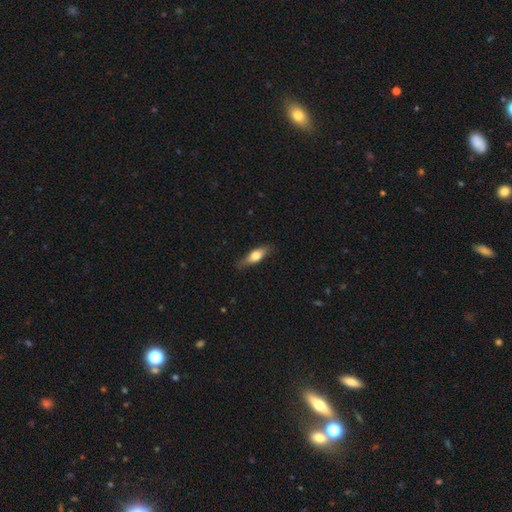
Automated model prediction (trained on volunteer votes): Smooth or featured: smooth — 63% (featured or disk — 31%)
How rounded: in between — 55% (cigar-shaped — 42%)
Merging: none — 79% (minor disturbance — 16%)